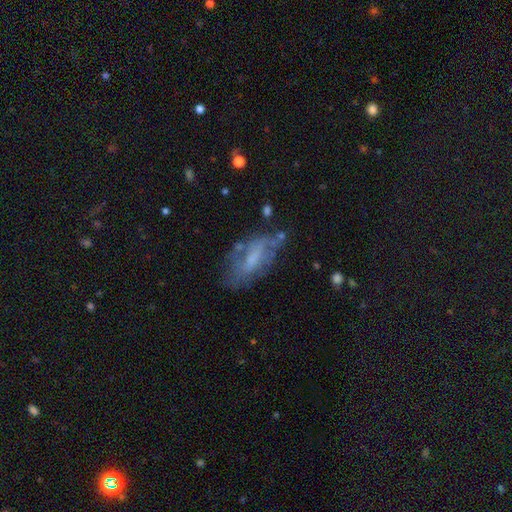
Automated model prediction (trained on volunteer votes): The model was most divided on "smooth or featured": featured or disk: 47%, smooth: 32%, star or artifact: 20%. More confident: merging — none (61%).